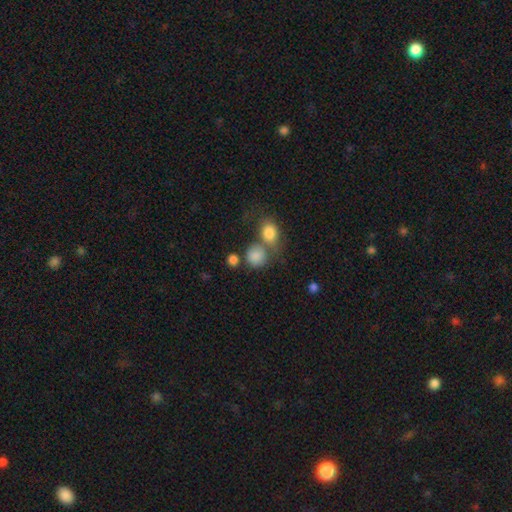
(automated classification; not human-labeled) Smooth or featured? Predicted: smooth (p=0.83). How rounded? Predicted: round (p=0.80). Merging? Predicted: none (p=0.50).